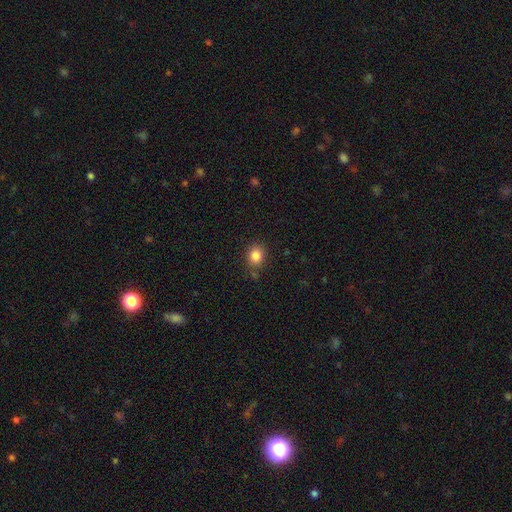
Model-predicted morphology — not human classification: This is clearly a smooth galaxy (84%). How rounded: likely round (68%). Merging: clearly none (83%).